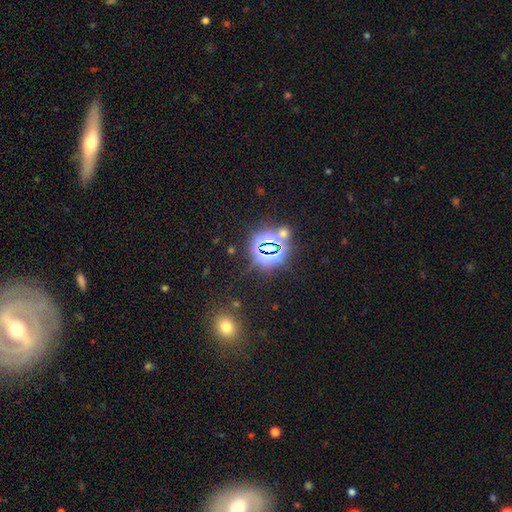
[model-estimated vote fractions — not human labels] Morphology: type=star or artifact (77%).